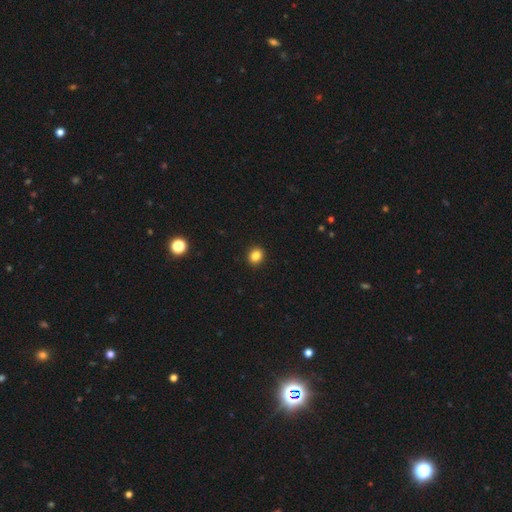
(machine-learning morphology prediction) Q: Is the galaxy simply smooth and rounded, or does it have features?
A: smooth — 85%.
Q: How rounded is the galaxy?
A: round — 72%.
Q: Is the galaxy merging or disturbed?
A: none — 93%.